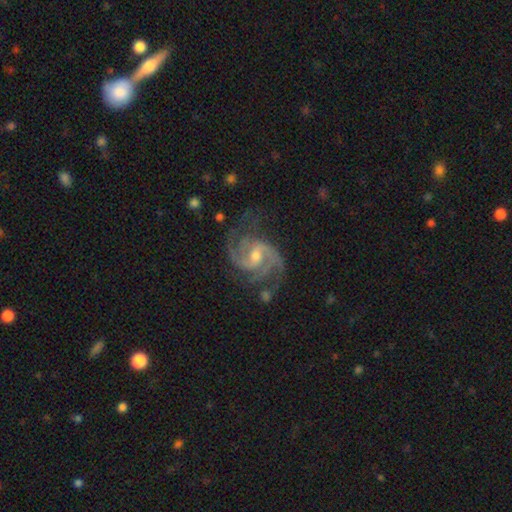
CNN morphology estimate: Q: Smooth or featured?
A: featured or disk (92%); runner-up: star or artifact (5%)
Q: Edge-on disk?
A: no (98%); runner-up: yes (2%)
Q: Bar?
A: weak (51%); runner-up: no (29%)
Q: Spiral arms?
A: yes (98%); runner-up: no (2%)
Q: Spiral winding?
A: medium (57%); runner-up: tight (28%)
Q: Spiral arm count?
A: 2 (44%); runner-up: 3 (33%)
Q: Bulge size?
A: moderate (54%); runner-up: small (42%)
Q: Merging?
A: none (67%); runner-up: minor disturbance (20%)